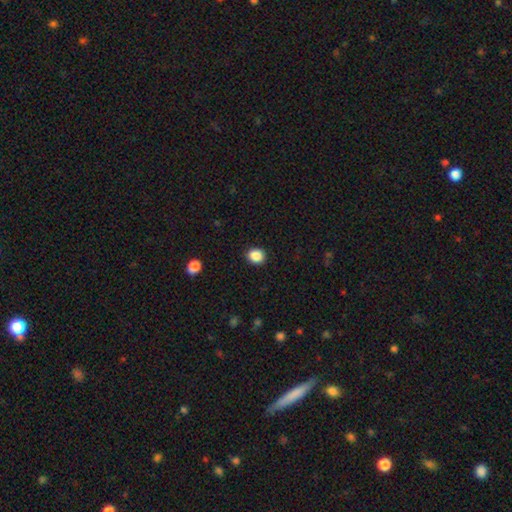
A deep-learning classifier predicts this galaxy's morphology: A smooth galaxy with no disk features (88%) that is round (76%). Merging: none (91%).